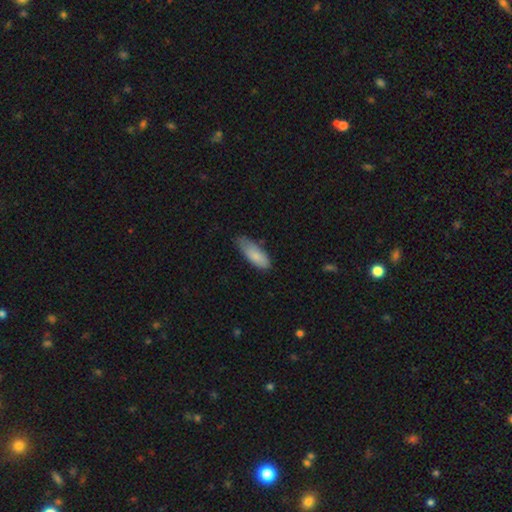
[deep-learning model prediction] Smooth or featured: smooth — 83% (featured or disk — 11%)
How rounded: in between — 72% (cigar-shaped — 27%)
Merging: none — 60% (minor disturbance — 32%)